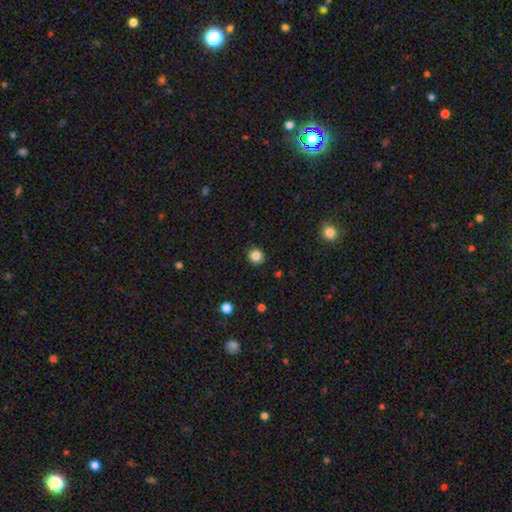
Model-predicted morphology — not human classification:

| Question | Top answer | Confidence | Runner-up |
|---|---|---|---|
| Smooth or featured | smooth | 85% | star or artifact (11%) |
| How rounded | round | 90% | in between (9%) |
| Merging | none | 91% | minor disturbance (6%) |